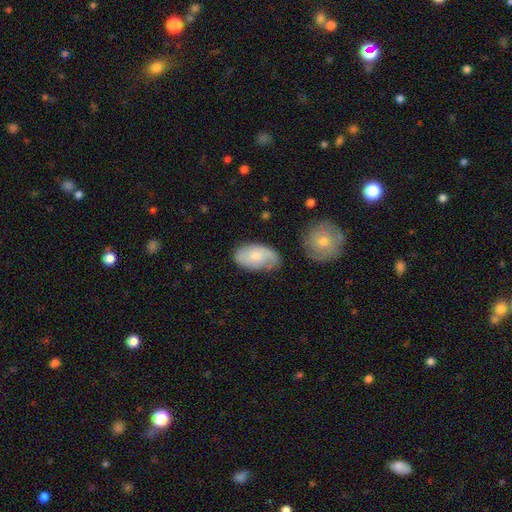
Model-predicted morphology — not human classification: The model was most divided on "smooth or featured": smooth: 55%, featured or disk: 38%, star or artifact: 7%. More confident: how rounded — in between (92%); merging — none (58%).